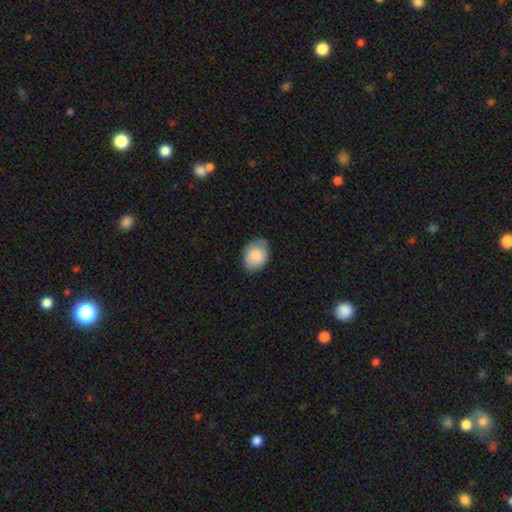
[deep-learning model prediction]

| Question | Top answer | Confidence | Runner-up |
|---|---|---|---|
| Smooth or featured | smooth | 80% | featured or disk (13%) |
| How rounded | in between | 63% | round (36%) |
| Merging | none | 70% | minor disturbance (25%) |